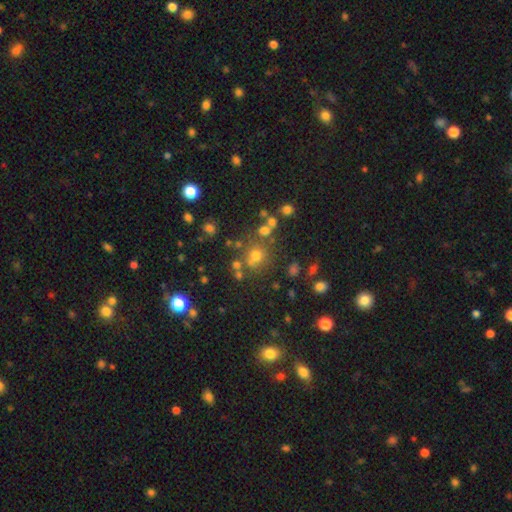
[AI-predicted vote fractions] Smooth or featured?
  - smooth: 61% *
  - star or artifact: 28%
  - featured or disk: 11%
How rounded?
  - round: 87% *
  - in between: 12%
  - cigar-shaped: 1%
Merging?
  - none: 70% *
  - merger: 14%
  - minor disturbance: 11%
  - major disturbance: 5%